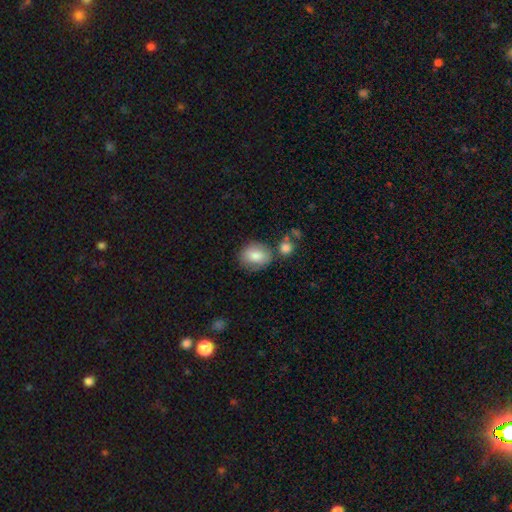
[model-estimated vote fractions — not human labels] This is clearly a smooth galaxy (81%). How rounded: possibly round (59%). Merging: likely none (66%).